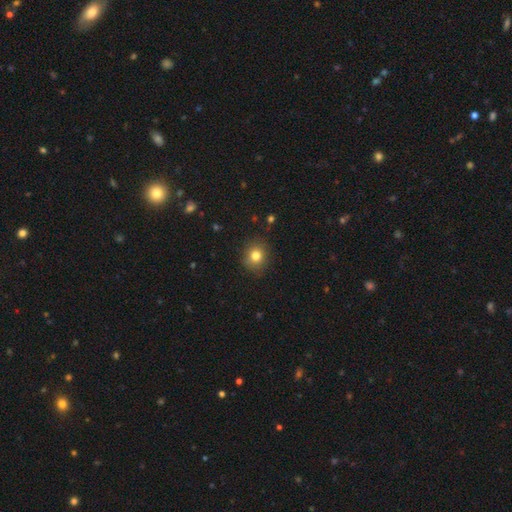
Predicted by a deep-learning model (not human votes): Q: Smooth or featured?
A: smooth (80%); runner-up: star or artifact (12%)
Q: How rounded?
A: round (77%); runner-up: in between (22%)
Q: Merging?
A: none (86%); runner-up: minor disturbance (10%)